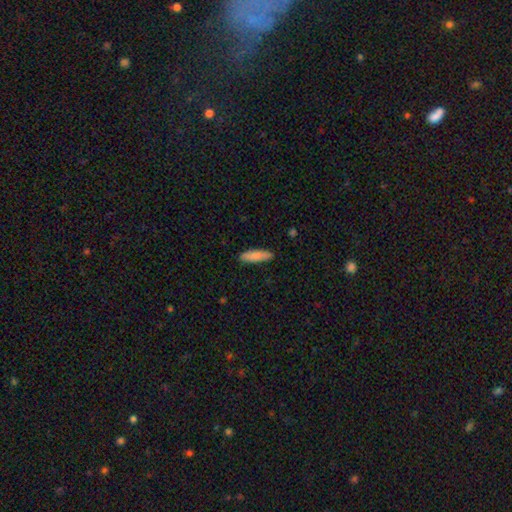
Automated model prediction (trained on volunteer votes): Smooth or featured? Predicted: smooth (p=0.84). How rounded? Predicted: cigar-shaped (p=0.66). Merging? Predicted: none (p=0.88).